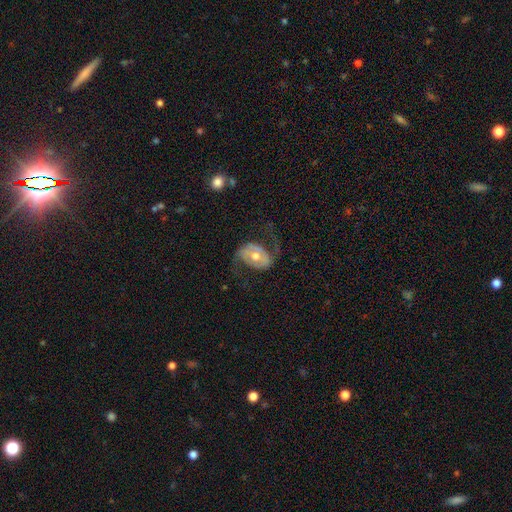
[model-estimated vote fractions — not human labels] Smooth or featured?
  - featured or disk: 79% *
  - smooth: 15%
  - star or artifact: 6%
Edge-on disk?
  - no: 96% *
  - yes: 4%
Bar?
  - no: 57% *
  - weak: 27%
  - strong: 16%
Spiral arms?
  - yes: 86% *
  - no: 14%
Spiral winding?
  - loose: 54% *
  - medium: 36%
  - tight: 11%
Spiral arm count?
  - 2: 91% *
  - can't tell: 3%
  - 1: 2%
  - 3: 1%
  - 4: 1%
  - more than 4: 1%
Bulge size?
  - moderate: 73% *
  - small: 17%
  - large: 7%
  - dominant: 1%
  - none: 1%
Merging?
  - none: 65% *
  - major disturbance: 19%
  - minor disturbance: 15%
  - merger: 2%